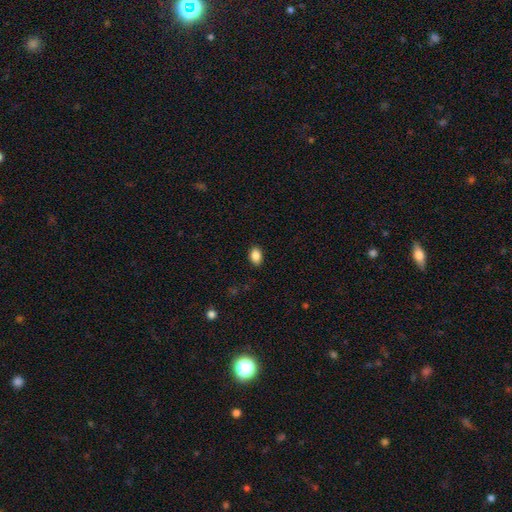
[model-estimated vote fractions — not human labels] Smooth or featured? Predicted: smooth (p=0.87). How rounded? Predicted: in between (p=0.80). Merging? Predicted: none (p=0.88).